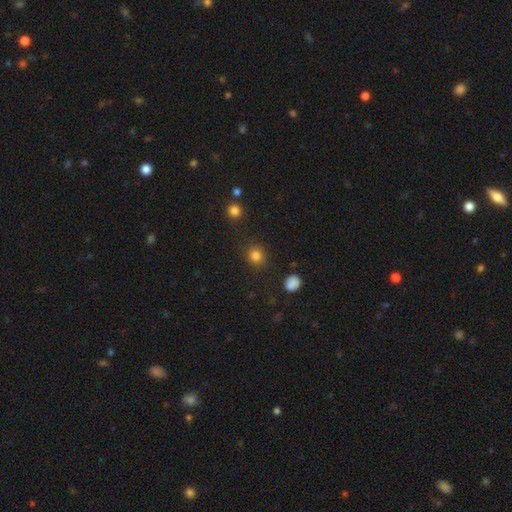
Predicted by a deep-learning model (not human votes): This is clearly a smooth galaxy (83%). How rounded: clearly round (88%). Merging: clearly none (88%).